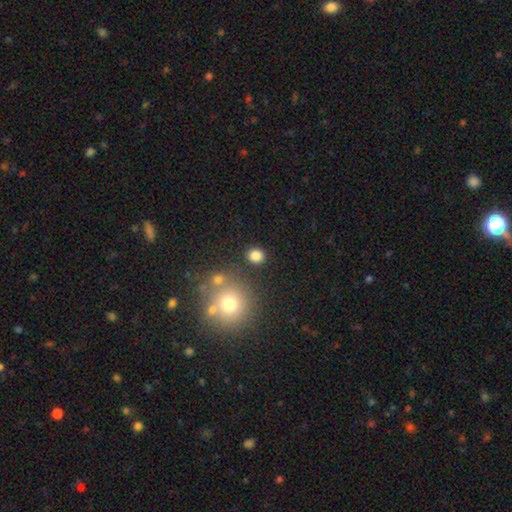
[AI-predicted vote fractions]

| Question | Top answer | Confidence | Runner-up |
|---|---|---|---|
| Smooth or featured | smooth | 83% | star or artifact (12%) |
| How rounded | round | 81% | in between (19%) |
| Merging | none | 85% | minor disturbance (8%) |